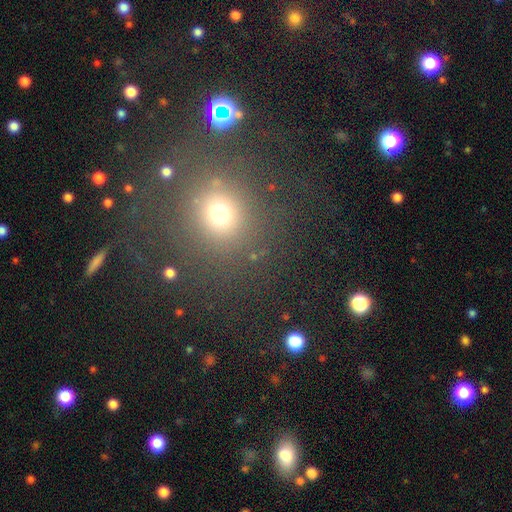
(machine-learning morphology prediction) smooth-or-featured: smooth: 56% | star or artifact: 35% | featured or disk: 9%
  how-rounded: round: 89% | in between: 10% | cigar-shaped: 1%
  merging: none: 85% | minor disturbance: 7% | major disturbance: 4% | merger: 3%